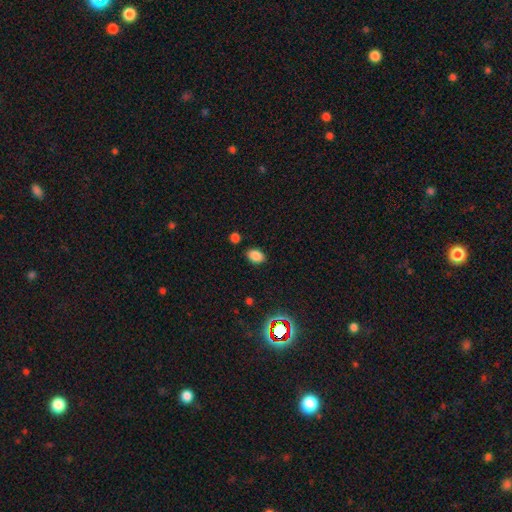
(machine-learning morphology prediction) Overall: smooth (82%). How rounded: in between (83%). Merging: none (84%).